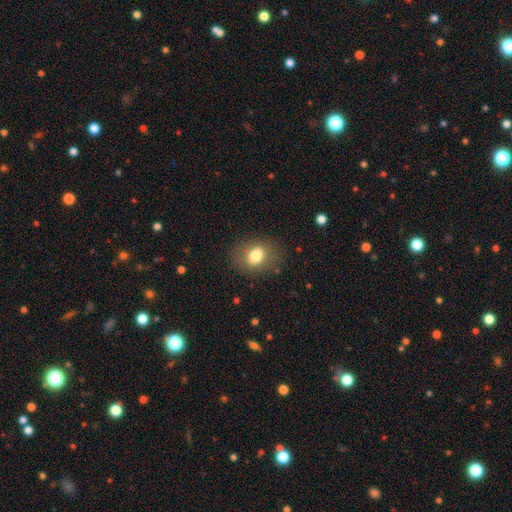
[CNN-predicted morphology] type=smooth (75%); roundness=in between (66%); merging=none (81%).